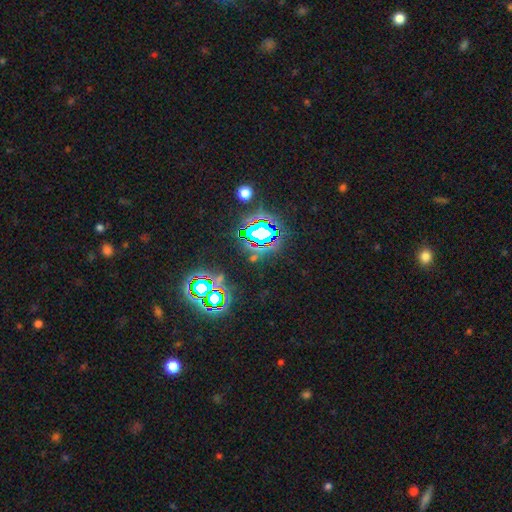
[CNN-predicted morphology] smooth_or_featured: star or artifact (p=0.79) [alt: smooth p=0.12]